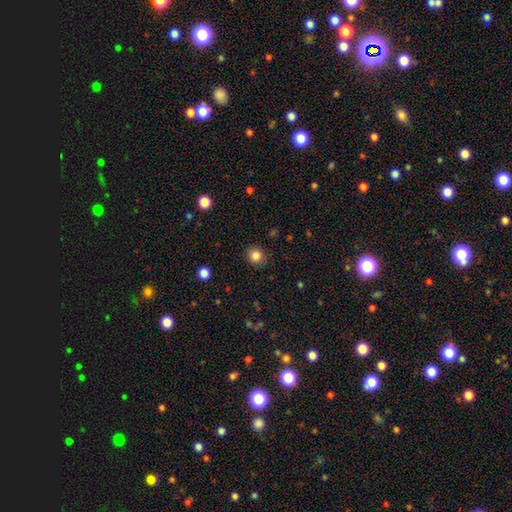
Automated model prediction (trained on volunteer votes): Overall: smooth (84%). How rounded: round (88%). Merging: none (90%).